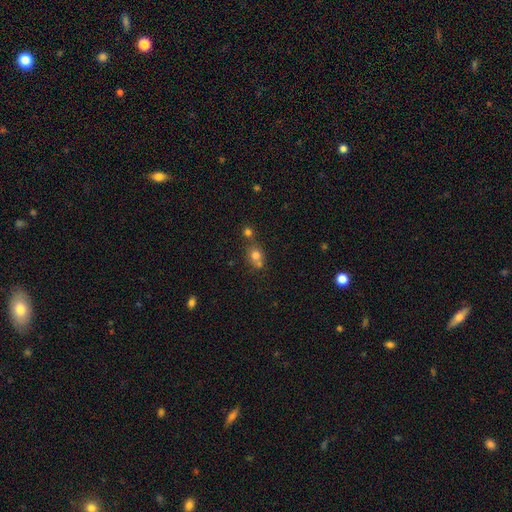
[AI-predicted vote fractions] Overall: smooth (74%). How rounded: round (69%; in between 29%). Merging: none (47%; merger 37%).